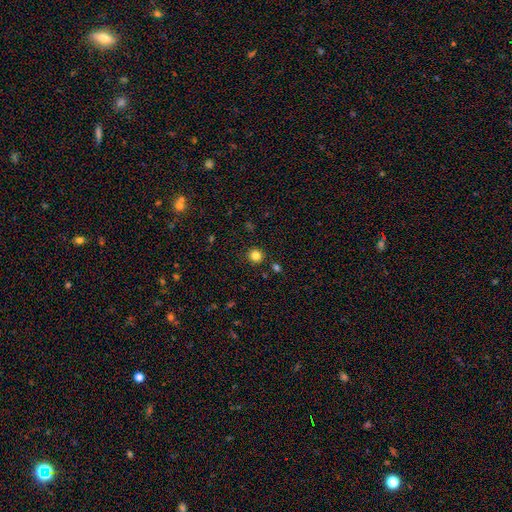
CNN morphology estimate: smooth-or-featured: smooth: 83% | star or artifact: 13% | featured or disk: 5%
  how-rounded: round: 92% | in between: 7% | cigar-shaped: 1%
  merging: none: 91% | minor disturbance: 6% | merger: 2% | major disturbance: 2%